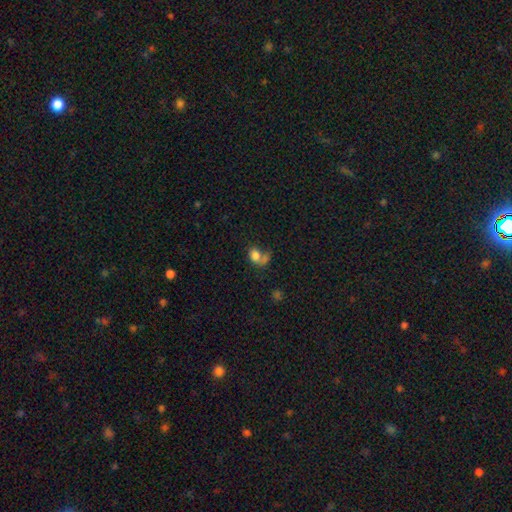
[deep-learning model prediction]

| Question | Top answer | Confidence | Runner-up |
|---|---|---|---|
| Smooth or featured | smooth | 73% | featured or disk (16%) |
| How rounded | in between | 60% | round (39%) |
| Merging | merger | 34% | none (28%) |